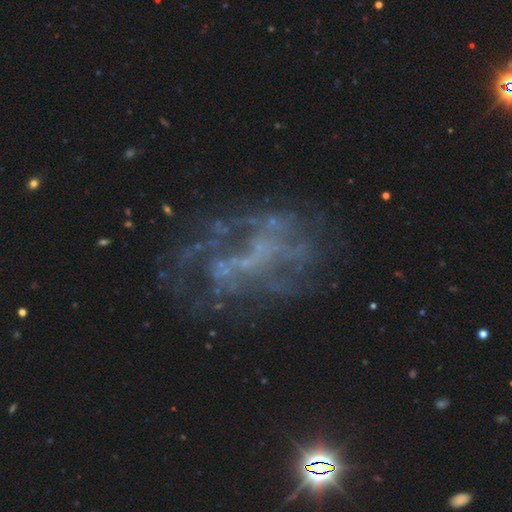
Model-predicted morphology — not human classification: A featured or disk galaxy (69%) with no bar (63%), no spiral arms (52%) and no central bulge (74%). Merging: none (49%).